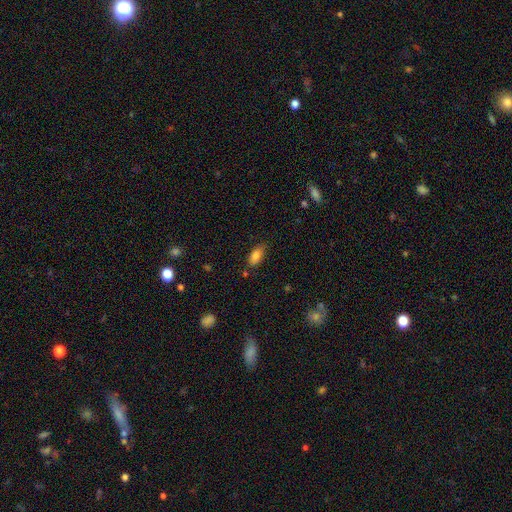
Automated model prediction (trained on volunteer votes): A smooth galaxy with no disk features (84%) that is in between round and cigar-shaped (87%). Merging: none (71%).